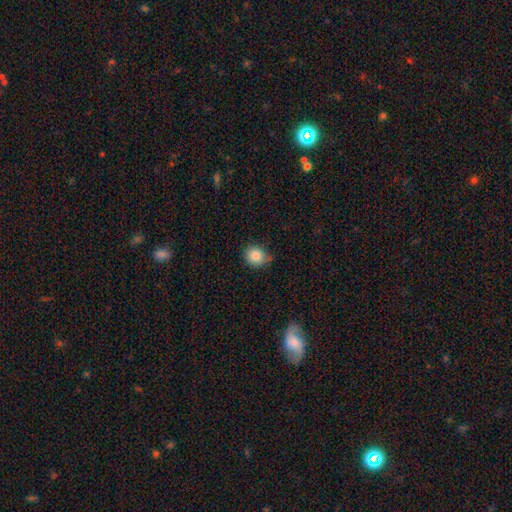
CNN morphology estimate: This appears to be a smooth galaxy with no disk features (85%) that is round (79%). Merging: none (74%).